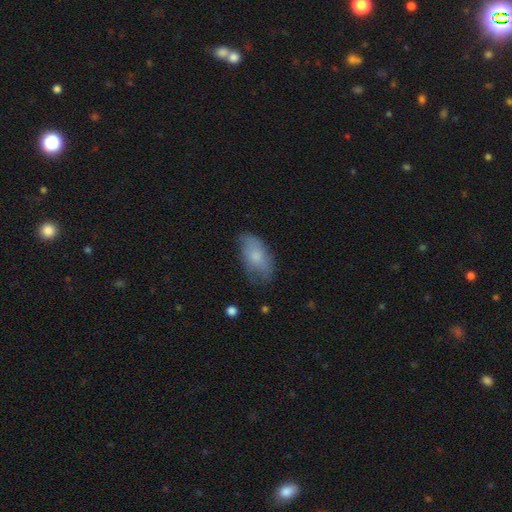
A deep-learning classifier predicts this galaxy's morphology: Q: Smooth or featured?
A: smooth (70%); runner-up: featured or disk (23%)
Q: How rounded?
A: in between (93%); runner-up: round (4%)
Q: Merging?
A: none (57%); runner-up: minor disturbance (31%)